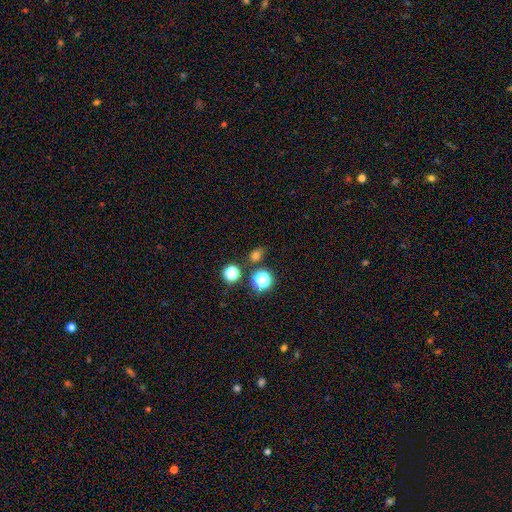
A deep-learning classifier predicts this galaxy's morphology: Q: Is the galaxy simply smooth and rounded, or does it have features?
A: smooth — 67%.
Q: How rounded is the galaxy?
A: round — 52%.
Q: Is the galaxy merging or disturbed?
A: none — 74%.